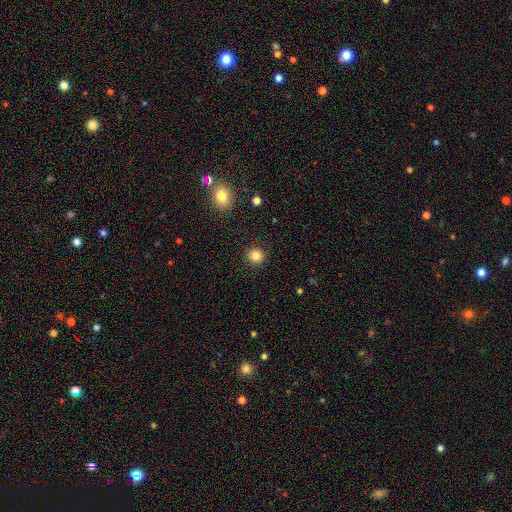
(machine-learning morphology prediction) Smooth or featured: smooth — 84% (star or artifact — 11%)
How rounded: round — 91% (in between — 8%)
Merging: none — 92% (minor disturbance — 5%)